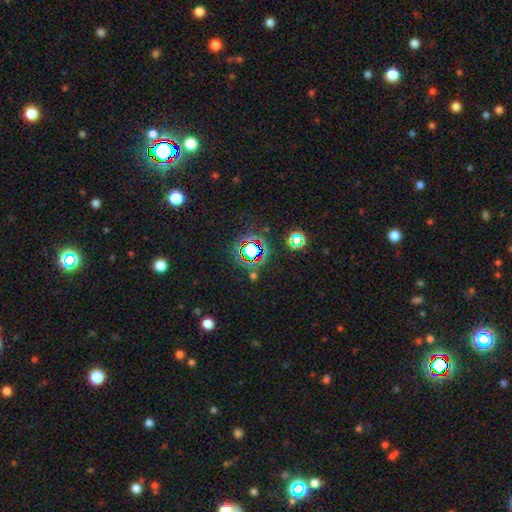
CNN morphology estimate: The model was most divided on "smooth or featured": star or artifact: 67%, smooth: 22%, featured or disk: 11%.